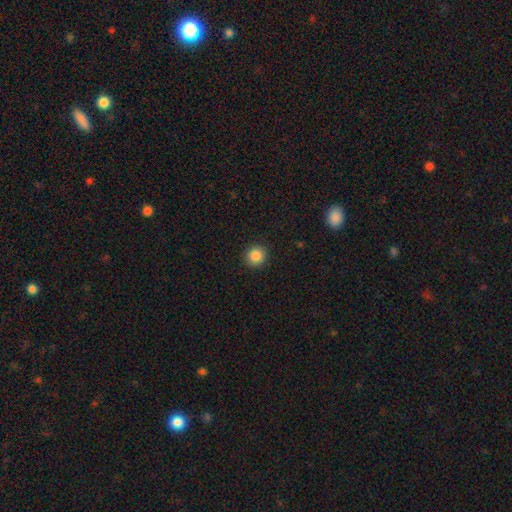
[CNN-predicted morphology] Smooth or featured? Predicted: smooth (p=0.87). How rounded? Predicted: round (p=0.92). Merging? Predicted: none (p=0.92).